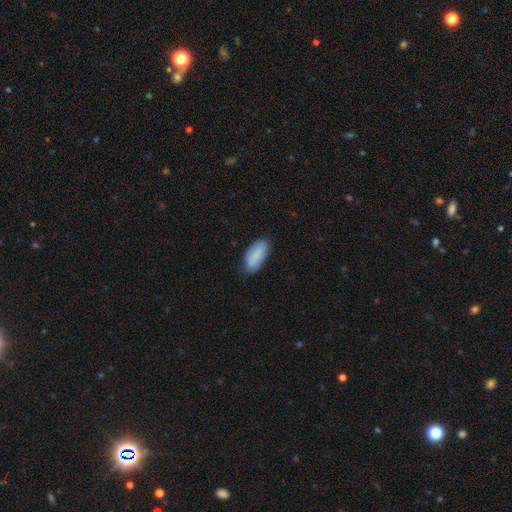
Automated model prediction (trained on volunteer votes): A smooth galaxy with no disk features (82%) that is in between round and cigar-shaped (90%).

Vote fractions:
- Smooth or featured? smooth: 82% / featured or disk: 11% / star or artifact: 6%
- How rounded? in between: 90% / cigar-shaped: 8% / round: 2%
- Merging? none: 75% / minor disturbance: 20% / major disturbance: 4% / merger: 2%